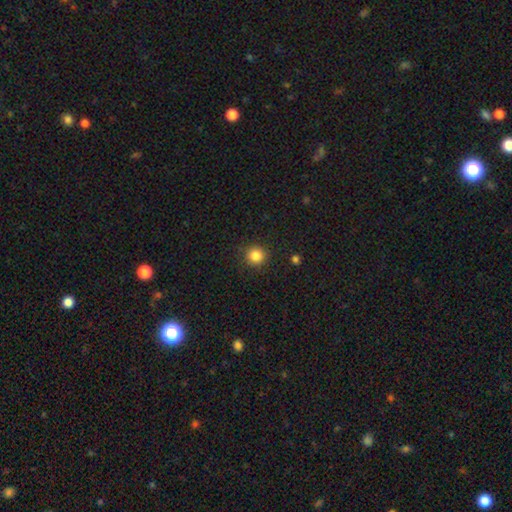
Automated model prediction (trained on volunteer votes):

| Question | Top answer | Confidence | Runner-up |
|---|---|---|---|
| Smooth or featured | smooth | 84% | star or artifact (11%) |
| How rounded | round | 93% | in between (6%) |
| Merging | none | 90% | minor disturbance (6%) |